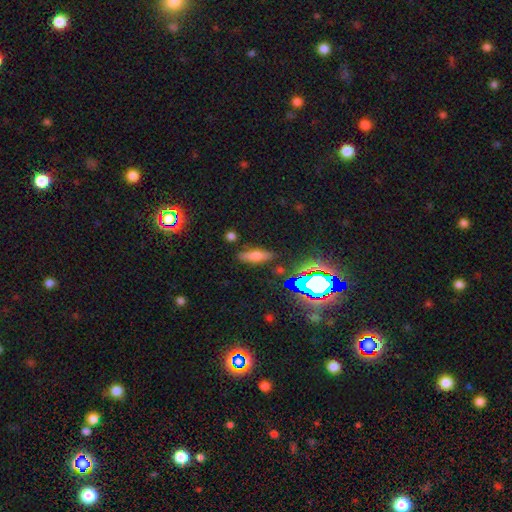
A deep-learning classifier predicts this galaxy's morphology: Smooth or featured?
  - smooth: 60% *
  - featured or disk: 23%
  - star or artifact: 17%
How rounded?
  - cigar-shaped: 51% *
  - in between: 44%
  - round: 4%
Merging?
  - none: 82% *
  - minor disturbance: 12%
  - major disturbance: 3%
  - merger: 3%